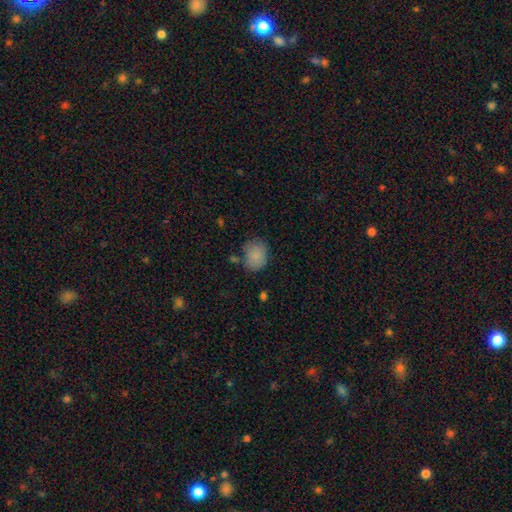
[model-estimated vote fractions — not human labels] Smooth or featured? smooth (85%)
How rounded? round (54%)
Merging? none (69%)